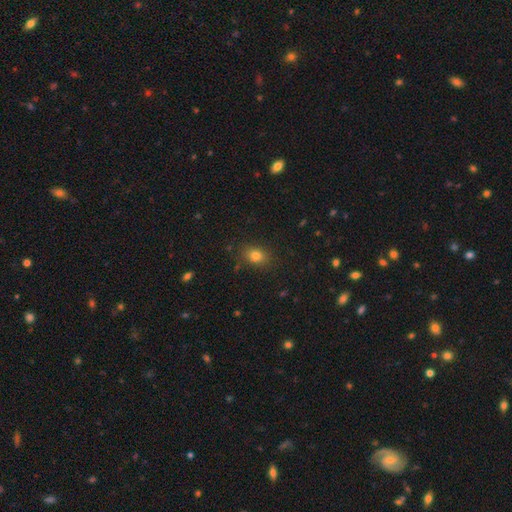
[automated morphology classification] Smooth or featured?
  - smooth: 80% *
  - star or artifact: 13%
  - featured or disk: 7%
How rounded?
  - in between: 64% *
  - round: 35%
  - cigar-shaped: 1%
Merging?
  - none: 84% *
  - minor disturbance: 12%
  - major disturbance: 3%
  - merger: 2%